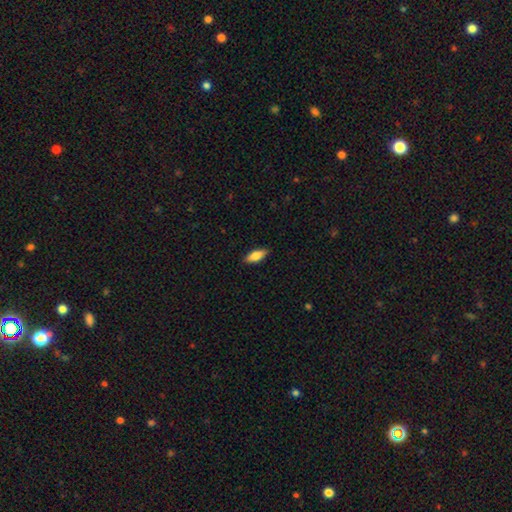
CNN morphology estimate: smooth 79%, featured or disk 15%, star or artifact 6%. Down the decision tree: how rounded — in between (75%); merging — none (87%).